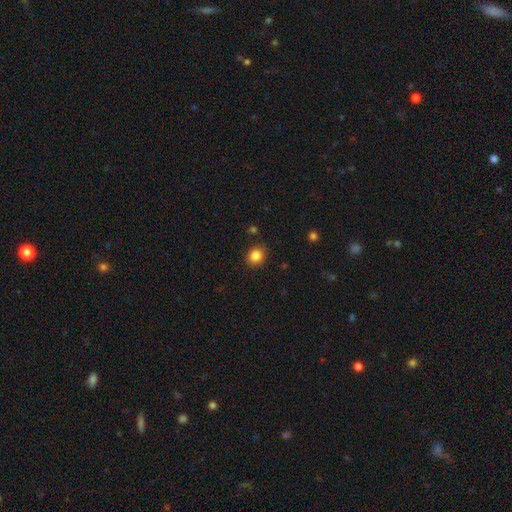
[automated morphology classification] type=smooth (85%); roundness=round (75%); merging=none (87%).